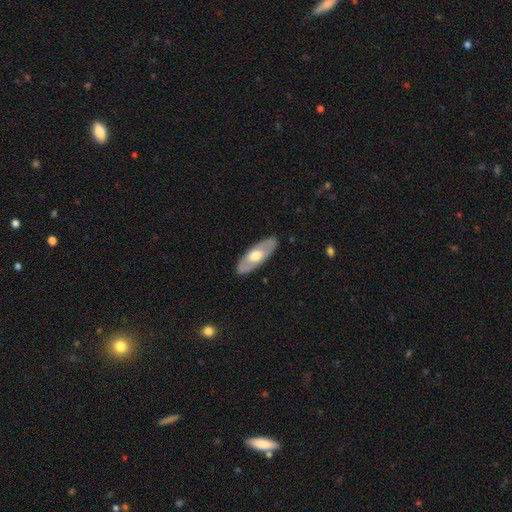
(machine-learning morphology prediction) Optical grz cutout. It shows a featured or disk galaxy (50%). Merging: none (87%).